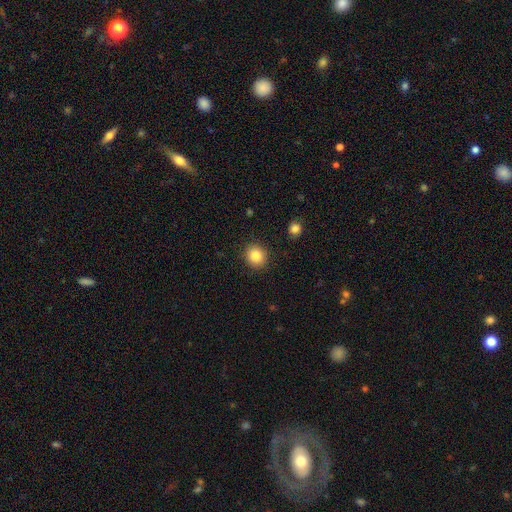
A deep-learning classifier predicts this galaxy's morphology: A smooth galaxy with no disk features (84%) that is round (81%). Merging: none (90%).